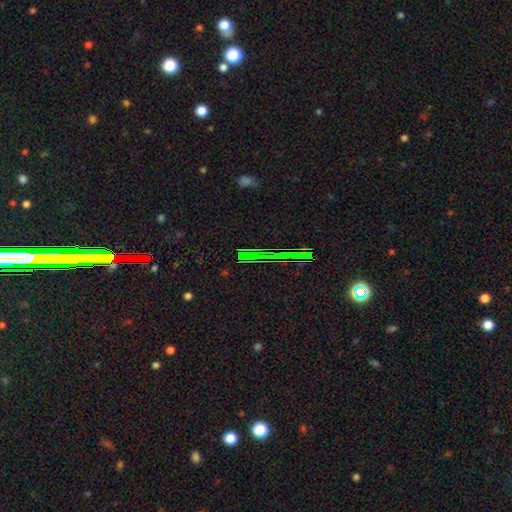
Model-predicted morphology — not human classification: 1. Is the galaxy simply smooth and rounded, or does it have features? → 63% star or artifact, 20% featured or disk, 18% smooth.